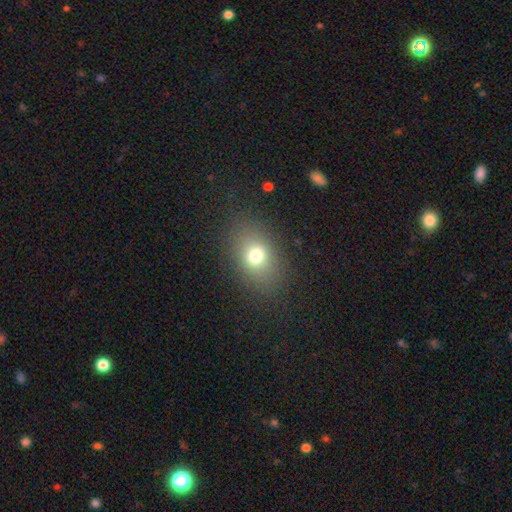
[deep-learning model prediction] smooth-or-featured: smooth: 74% | star or artifact: 15% | featured or disk: 12%
  how-rounded: in between: 67% | round: 32% | cigar-shaped: 1%
  merging: none: 84% | minor disturbance: 10% | major disturbance: 5% | merger: 1%